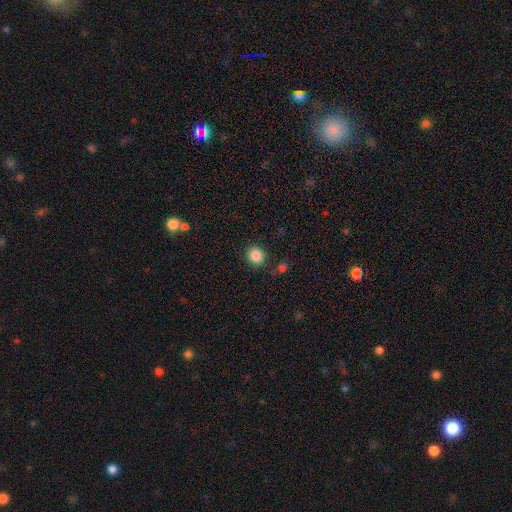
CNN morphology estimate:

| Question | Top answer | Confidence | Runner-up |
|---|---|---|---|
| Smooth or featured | smooth | 86% | star or artifact (10%) |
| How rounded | round | 81% | in between (19%) |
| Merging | none | 87% | minor disturbance (8%) |